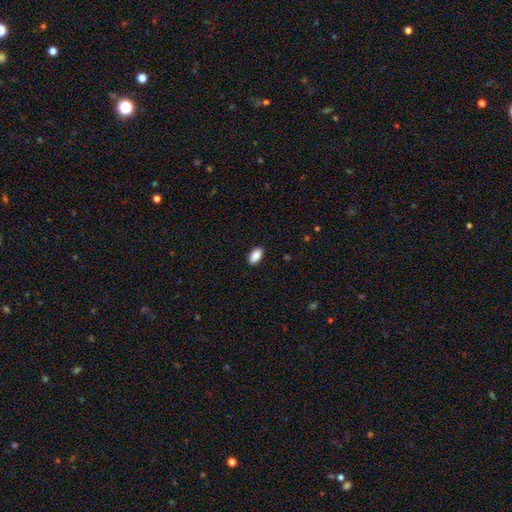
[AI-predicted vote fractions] smooth_or_featured: smooth (p=0.90) [alt: star or artifact p=0.07]
how_rounded: in between (p=0.94) [alt: round p=0.03]
merging: none (p=0.89) [alt: minor disturbance p=0.08]